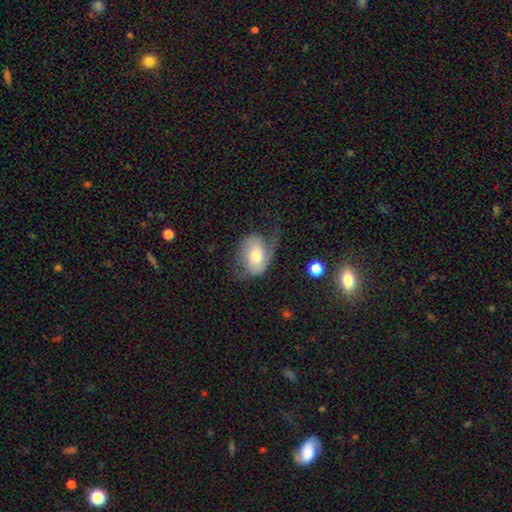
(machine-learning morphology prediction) Q: Smooth or featured?
A: featured or disk (46%); tied with: smooth (46%)
Q: Merging?
A: major disturbance (37%); runner-up: none (35%)